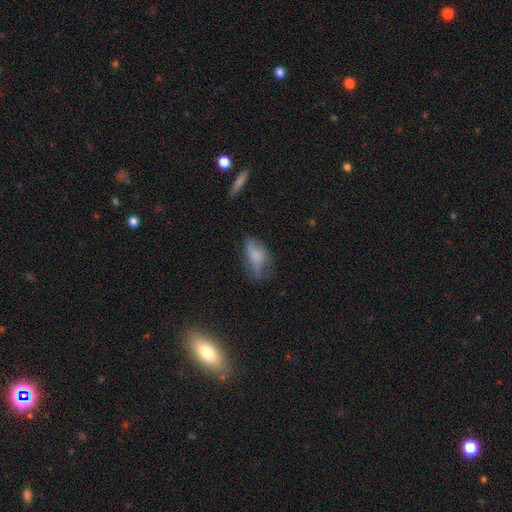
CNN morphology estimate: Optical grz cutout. It shows a smooth galaxy with no disk features (61%) that is in between round and cigar-shaped (77%). Merging: none (40%).